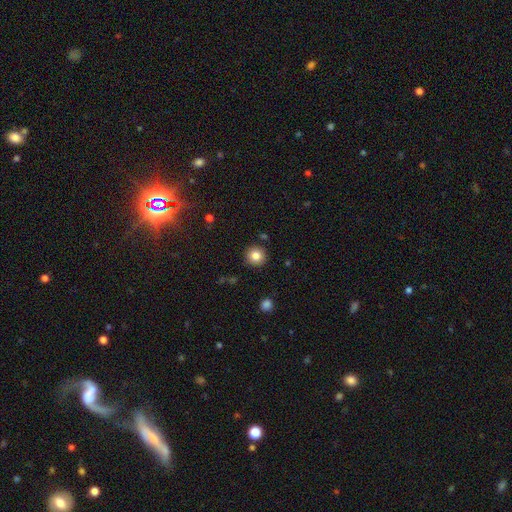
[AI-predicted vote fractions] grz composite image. It shows a smooth galaxy with no disk features (83%) that is round (94%). Merging: none (90%).